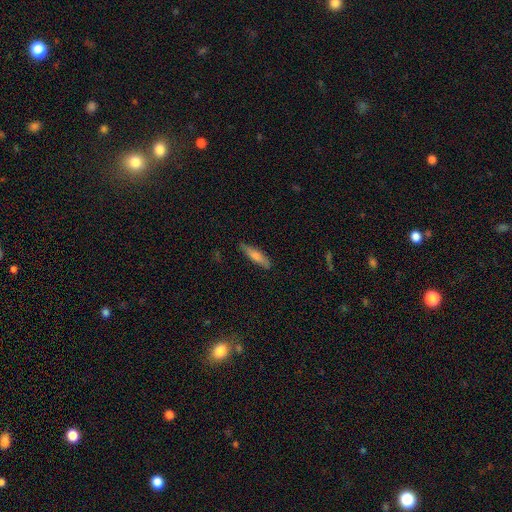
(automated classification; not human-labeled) This appears to be a smooth galaxy with no disk features (62%) that is cigar-shaped (79%). Merging: none (86%).